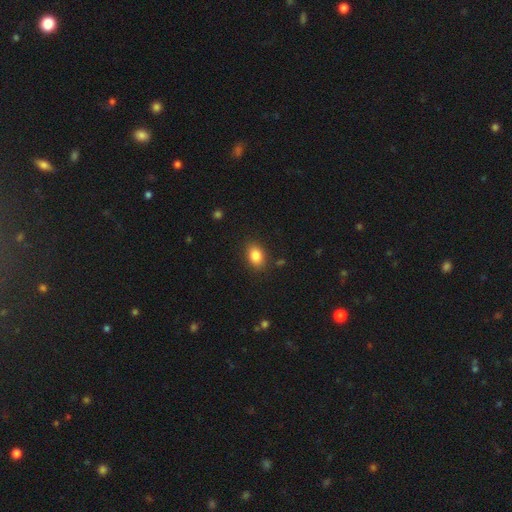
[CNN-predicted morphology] This is clearly a smooth galaxy (85%). How rounded: likely in between (77%). Merging: clearly none (86%).